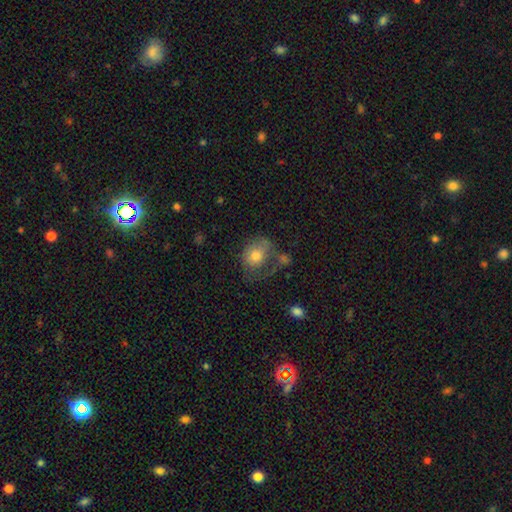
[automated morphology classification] Smooth or featured: smooth — 66% (featured or disk — 26%)
How rounded: in between — 53% (round — 46%)
Merging: none — 34% (major disturbance — 30%)